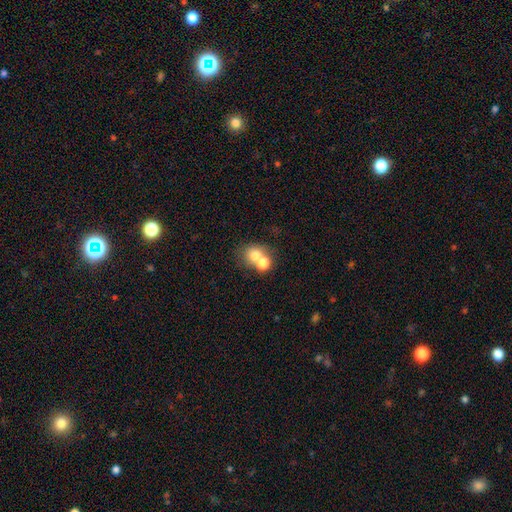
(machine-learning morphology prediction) smooth-or-featured: smooth: 71% | featured or disk: 17% | star or artifact: 12%
  how-rounded: round: 71% | in between: 28% | cigar-shaped: 1%
  merging: merger: 58% | none: 33% | minor disturbance: 6% | major disturbance: 3%